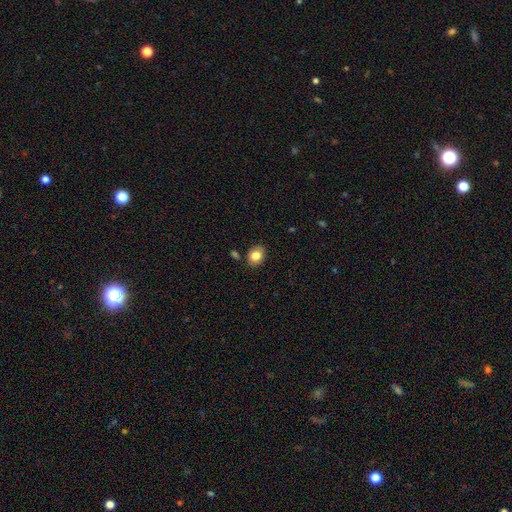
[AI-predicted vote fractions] Smooth or featured?
  - smooth: 81% *
  - featured or disk: 10%
  - star or artifact: 9%
How rounded?
  - in between: 58% *
  - round: 42%
  - cigar-shaped: 1%
Merging?
  - none: 83% *
  - minor disturbance: 12%
  - merger: 4%
  - major disturbance: 2%